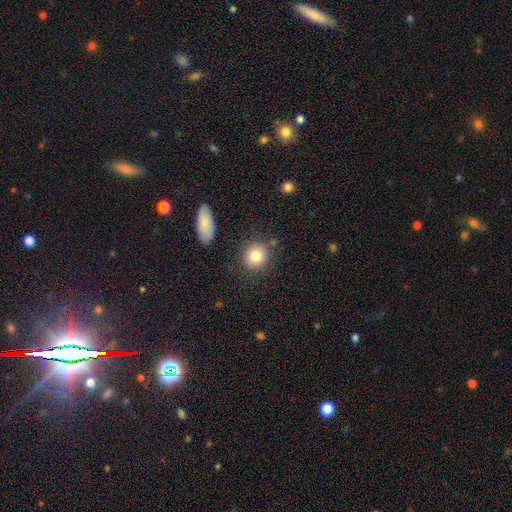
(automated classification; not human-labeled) Smooth or featured? Predicted: smooth (p=0.82). How rounded? Predicted: round (p=0.85). Merging? Predicted: none (p=0.83).